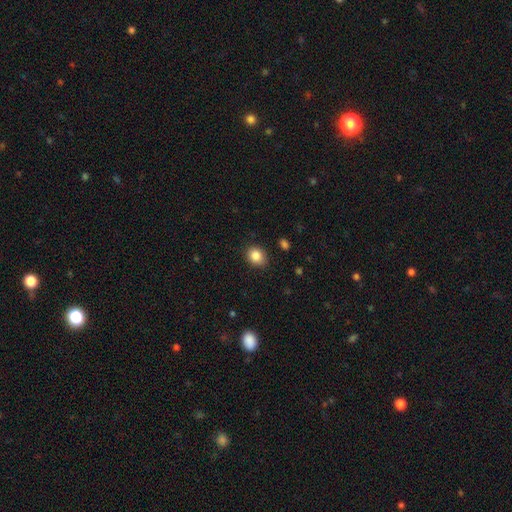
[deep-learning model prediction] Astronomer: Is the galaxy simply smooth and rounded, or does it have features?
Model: smooth — 86%.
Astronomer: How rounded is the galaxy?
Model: round — 53% (runner-up: in between, 46%).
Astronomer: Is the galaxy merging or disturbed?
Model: none — 83%.